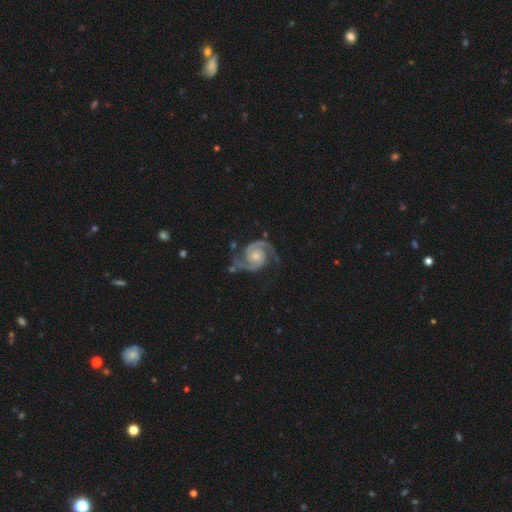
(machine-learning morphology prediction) featured or disk 93%, star or artifact 4%, smooth 3%. Down the decision tree: edge-on disk — no (98%); bar — no (71%); spiral arms — yes (99%); spiral arm count — 2 (94%); spiral winding — medium (50%); bulge size — moderate (46%); merging — none (74%).